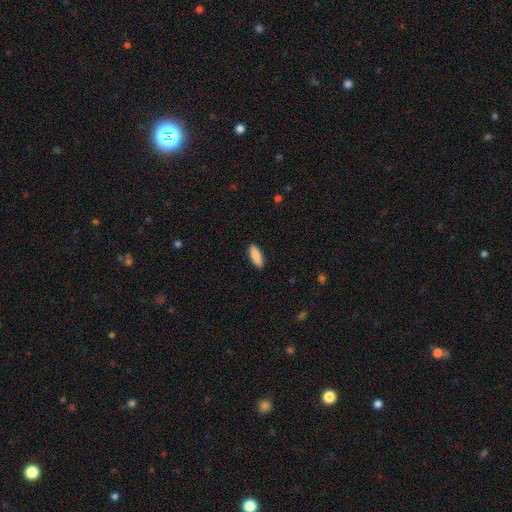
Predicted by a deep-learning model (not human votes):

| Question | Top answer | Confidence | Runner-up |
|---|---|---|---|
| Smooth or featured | smooth | 89% | star or artifact (6%) |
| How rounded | in between | 61% | cigar-shaped (37%) |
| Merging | none | 89% | minor disturbance (8%) |